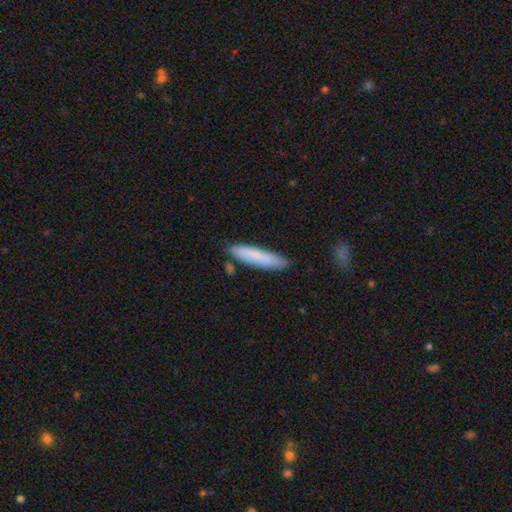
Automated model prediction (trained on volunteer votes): A smooth galaxy with no disk features (79%) that is cigar-shaped (85%).

Vote fractions:
- Smooth or featured? smooth: 79% / featured or disk: 15% / star or artifact: 6%
- How rounded? cigar-shaped: 85% / in between: 13% / round: 1%
- Merging? none: 81% / minor disturbance: 13% / merger: 3% / major disturbance: 2%